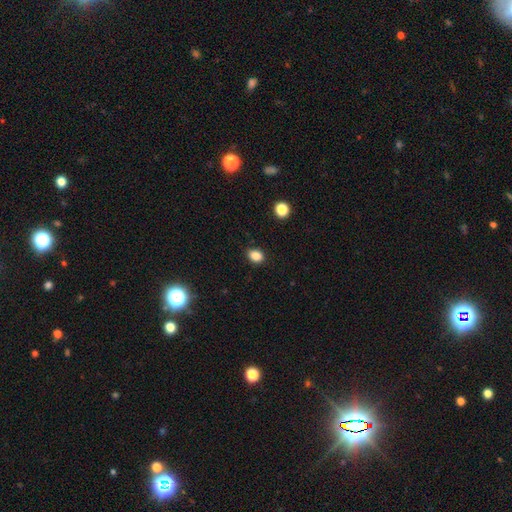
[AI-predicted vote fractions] Smooth or featured?
  - smooth: 86% *
  - star or artifact: 11%
  - featured or disk: 3%
How rounded?
  - in between: 62% *
  - round: 37%
  - cigar-shaped: 1%
Merging?
  - none: 87% *
  - minor disturbance: 10%
  - major disturbance: 2%
  - merger: 1%